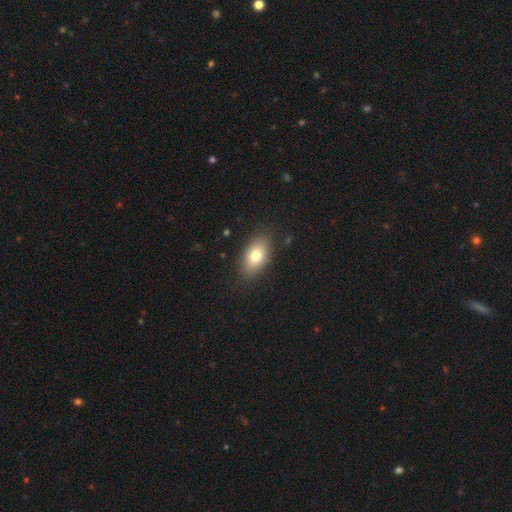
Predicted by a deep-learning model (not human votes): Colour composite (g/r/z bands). It shows a smooth galaxy with no disk features (77%) that is in between round and cigar-shaped (89%). Merging: none (86%).